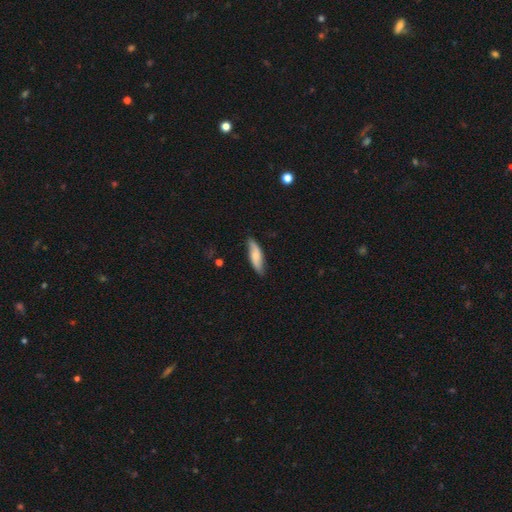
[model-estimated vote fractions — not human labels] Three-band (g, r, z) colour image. It shows a smooth galaxy with no disk features (70%) that is cigar-shaped (51%). Merging: none (80%).